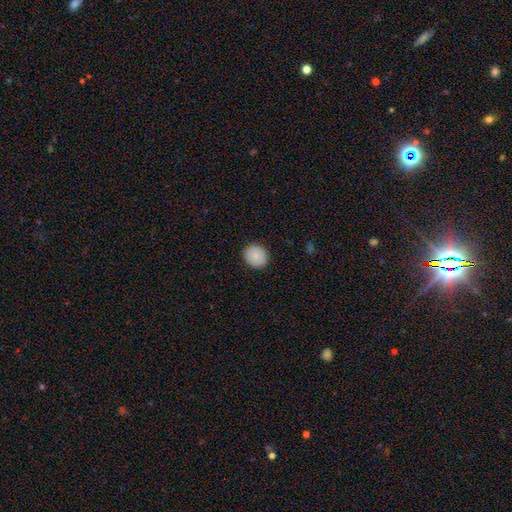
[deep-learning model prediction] The model was most divided on "how rounded": round: 78%, in between: 21%, cigar-shaped: 1%. More confident: merging — none (91%); smooth or featured — smooth (88%).